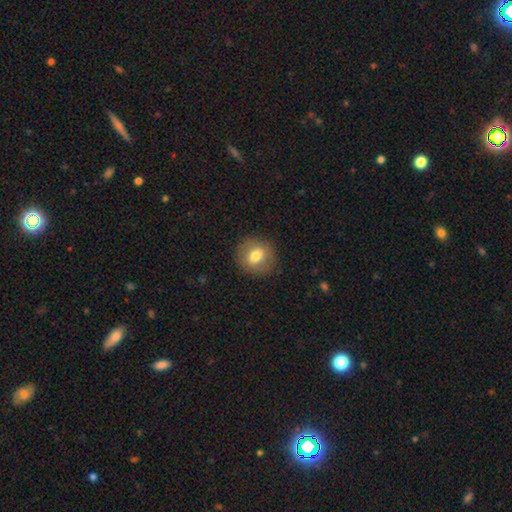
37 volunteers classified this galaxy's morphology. This is likely a smooth galaxy (78%). How rounded: clearly round (86%). Merging: clearly none (94%).